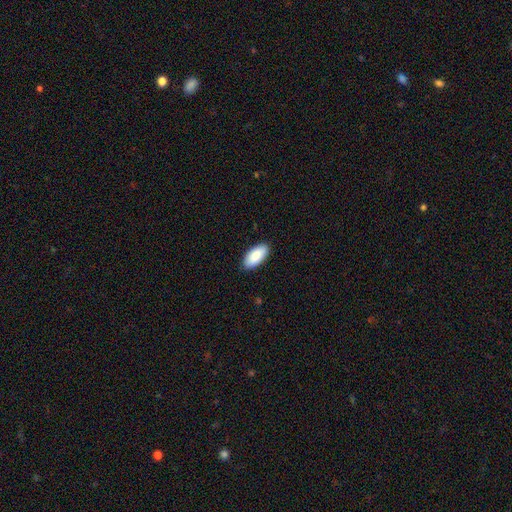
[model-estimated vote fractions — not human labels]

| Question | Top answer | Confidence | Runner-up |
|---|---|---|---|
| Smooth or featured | smooth | 87% | featured or disk (7%) |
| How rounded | in between | 93% | cigar-shaped (5%) |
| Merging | none | 89% | minor disturbance (8%) |